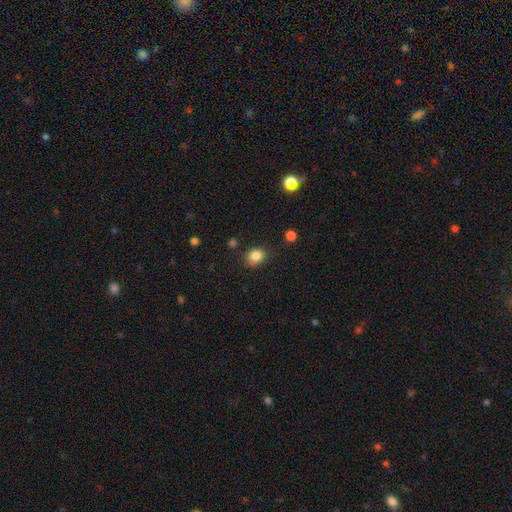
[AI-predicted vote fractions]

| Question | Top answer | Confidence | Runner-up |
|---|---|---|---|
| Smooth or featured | smooth | 84% | star or artifact (11%) |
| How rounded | round | 58% | in between (42%) |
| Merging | none | 82% | minor disturbance (13%) |